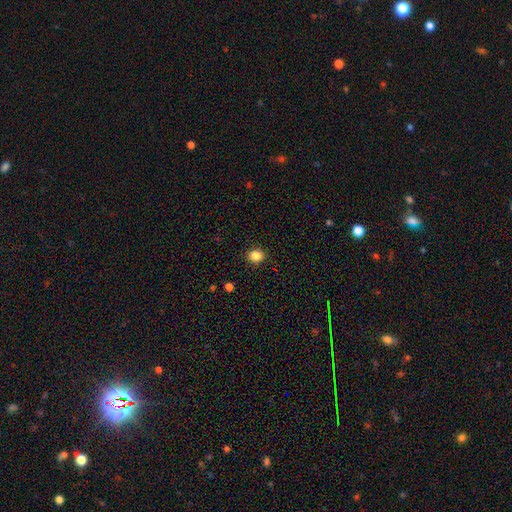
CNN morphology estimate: Q: Smooth or featured?
A: smooth (85%); runner-up: star or artifact (11%)
Q: How rounded?
A: round (73%); runner-up: in between (26%)
Q: Merging?
A: none (91%); runner-up: minor disturbance (6%)